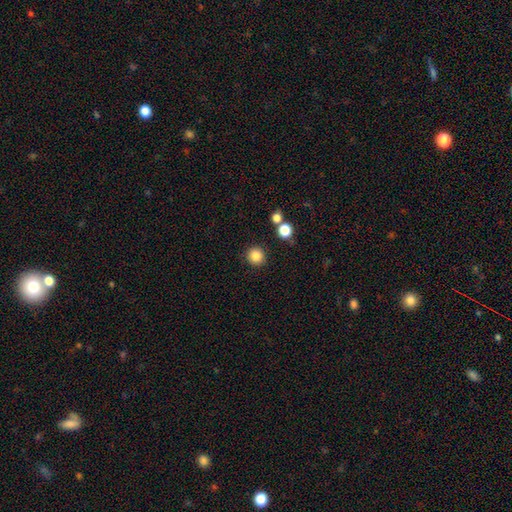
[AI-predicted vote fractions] Smooth or featured?
  - smooth: 85% *
  - star or artifact: 11%
  - featured or disk: 4%
How rounded?
  - round: 93% *
  - in between: 6%
  - cigar-shaped: 1%
Merging?
  - none: 90% *
  - minor disturbance: 6%
  - merger: 3%
  - major disturbance: 2%